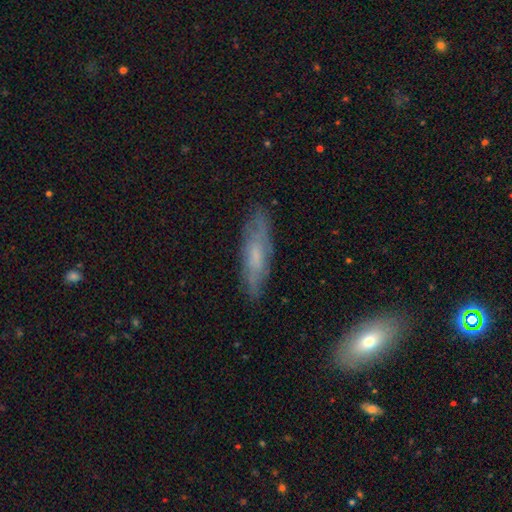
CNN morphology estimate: A smooth galaxy with no disk features (47%). Merging: none (79%).